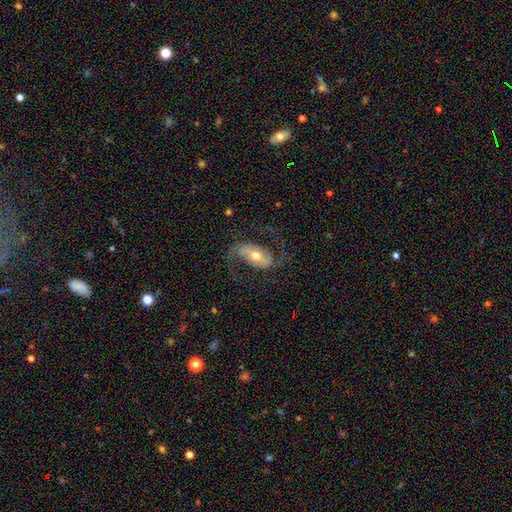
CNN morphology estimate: This appears to be a featured or disk galaxy (83%) with a weak bar (39%), 2 (92%) loose (49%) spiral arms (93%) and a moderate central bulge (71%). Merging: none (72%).